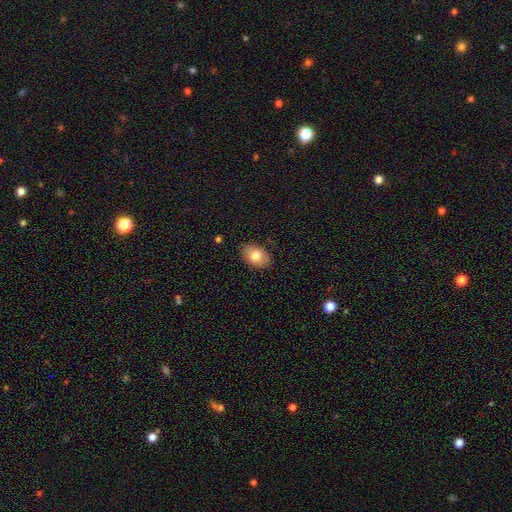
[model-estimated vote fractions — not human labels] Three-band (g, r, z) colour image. It shows a smooth galaxy with no disk features (79%) that is in between round and cigar-shaped (80%). Merging: none (87%).